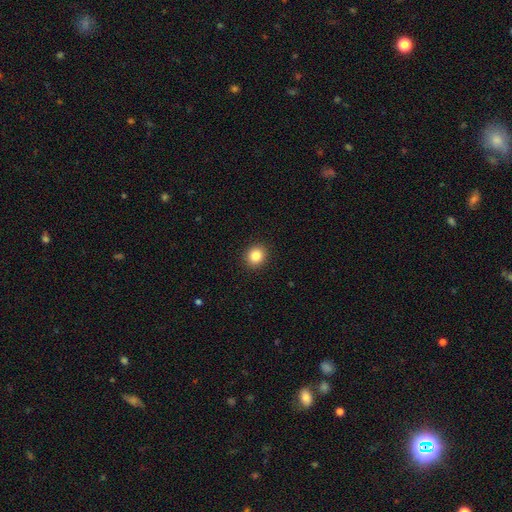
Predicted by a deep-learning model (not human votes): This is clearly a smooth galaxy (85%). How rounded: likely round (79%). Merging: clearly none (92%).